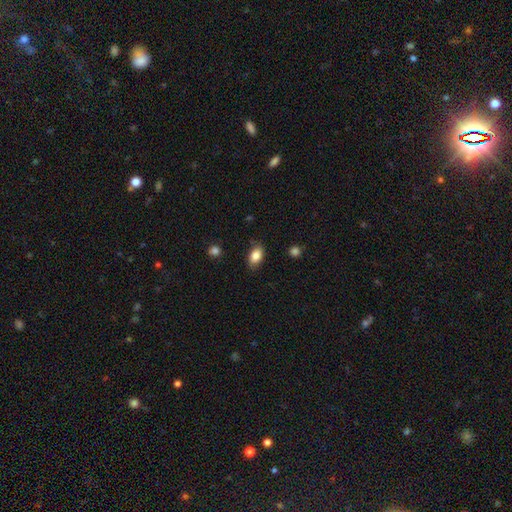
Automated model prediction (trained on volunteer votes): Smooth or featured: smooth — 85% (star or artifact — 8%)
How rounded: in between — 88% (round — 10%)
Merging: none — 82% (minor disturbance — 14%)